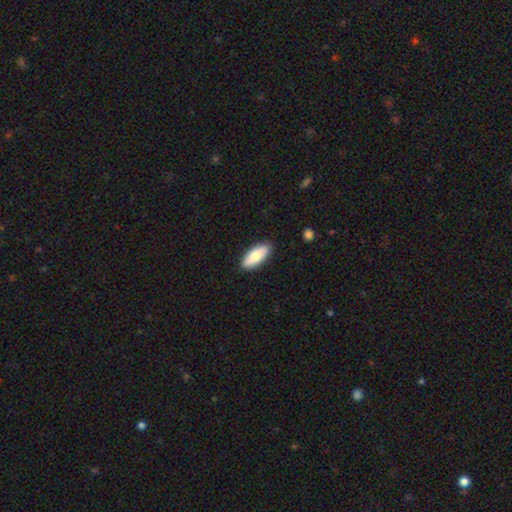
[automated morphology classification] Overall: smooth (76%). How rounded: in between (76%). Merging: none (89%).